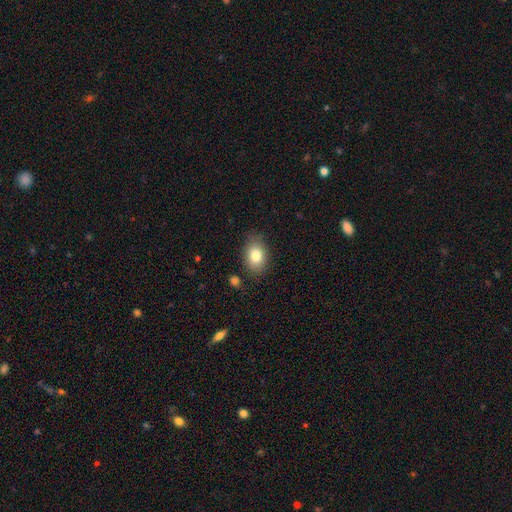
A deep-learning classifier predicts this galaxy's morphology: A smooth galaxy with no disk features (81%) that is in between round and cigar-shaped (77%). Merging: none (81%).